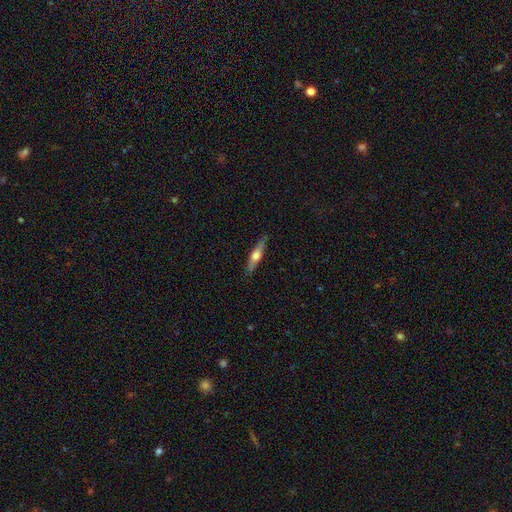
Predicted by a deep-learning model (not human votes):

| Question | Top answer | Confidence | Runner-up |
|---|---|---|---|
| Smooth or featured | featured or disk | 53% | smooth (41%) |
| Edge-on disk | yes | 92% | no (8%) |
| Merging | none | 86% | minor disturbance (11%) |